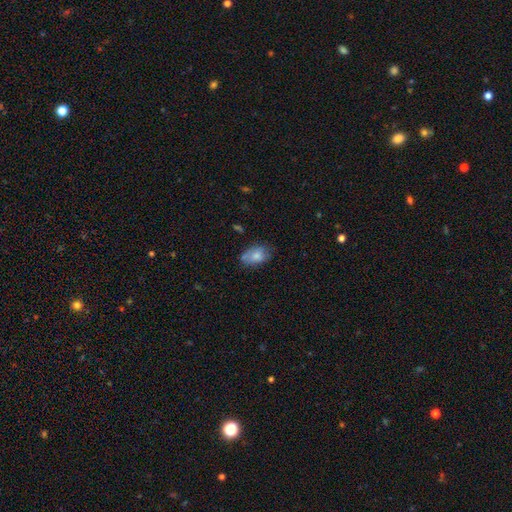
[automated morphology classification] A smooth galaxy with no disk features (77%) that is in between round and cigar-shaped (87%). Merging: none (60%).